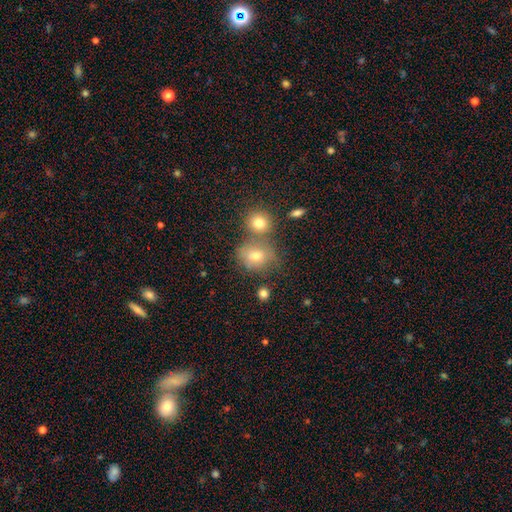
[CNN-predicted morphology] type=smooth (66%); roundness=round (65%); merging=none (54%).